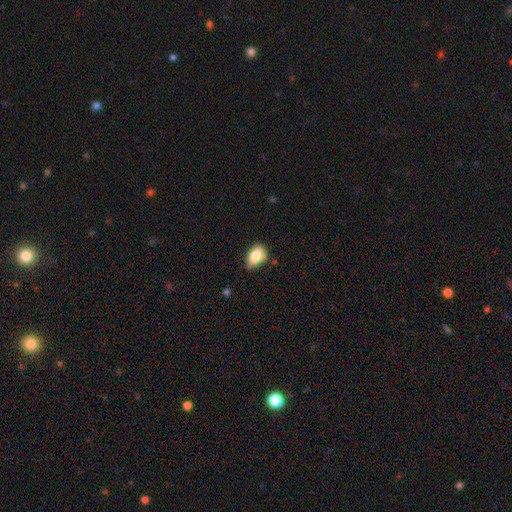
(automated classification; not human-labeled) Overall: smooth (82%). How rounded: in between (82%). Merging: none (62%; minor disturbance 30%).